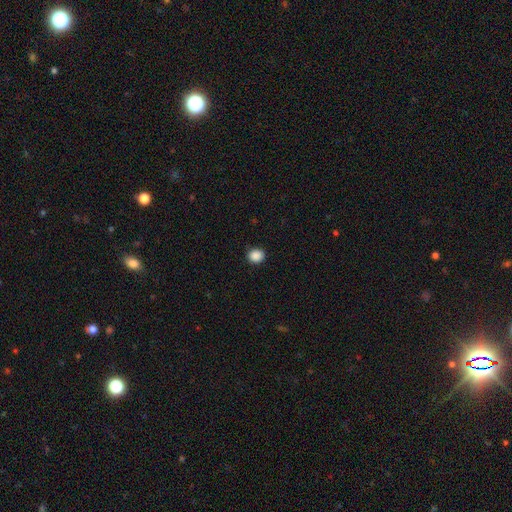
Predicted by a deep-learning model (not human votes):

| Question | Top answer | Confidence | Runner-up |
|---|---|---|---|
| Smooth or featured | smooth | 88% | star or artifact (9%) |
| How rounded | round | 80% | in between (19%) |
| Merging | none | 90% | minor disturbance (7%) |